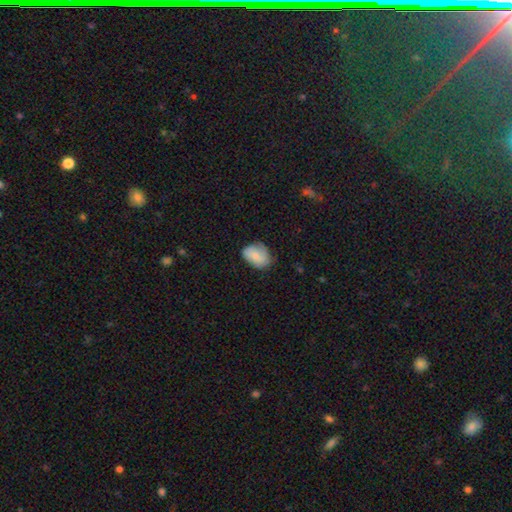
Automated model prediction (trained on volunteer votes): A smooth galaxy with no disk features (72%) that is in between round and cigar-shaped (74%). Merging: none (56%).